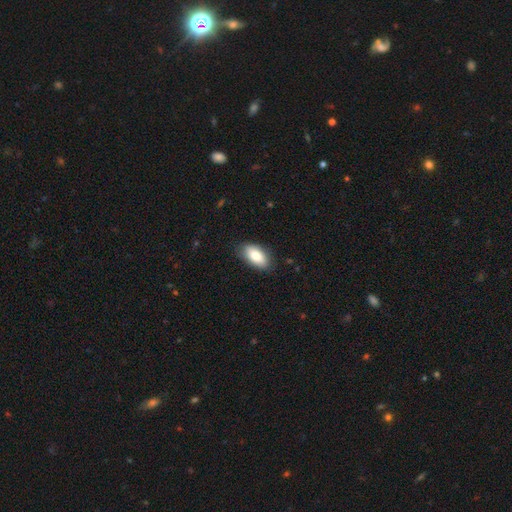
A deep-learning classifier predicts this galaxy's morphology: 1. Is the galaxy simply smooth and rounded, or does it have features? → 82% smooth, 11% featured or disk, 6% star or artifact.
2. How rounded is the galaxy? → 93% in between, 4% cigar-shaped, 3% round.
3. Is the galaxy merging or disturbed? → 84% none, 13% minor disturbance, 3% major disturbance, 1% merger.